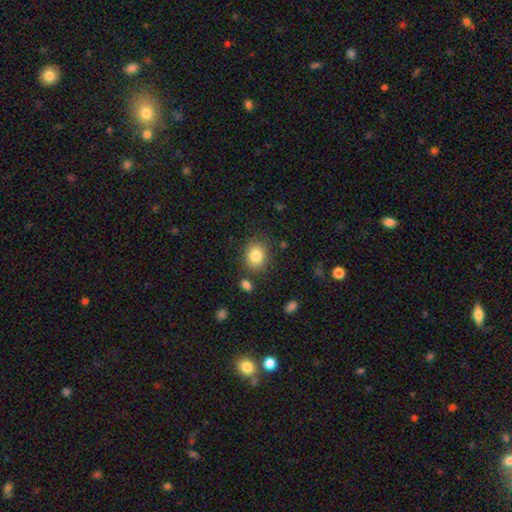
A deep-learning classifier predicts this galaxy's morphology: smooth-or-featured: smooth: 84% | star or artifact: 9% | featured or disk: 7%
  how-rounded: round: 54% | in between: 45% | cigar-shaped: 1%
  merging: none: 81% | minor disturbance: 11% | merger: 4% | major disturbance: 4%